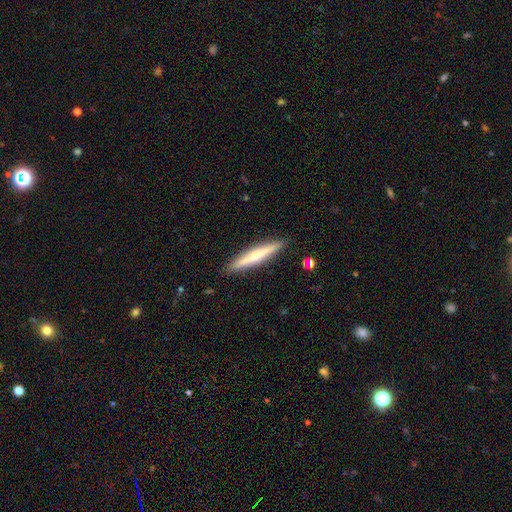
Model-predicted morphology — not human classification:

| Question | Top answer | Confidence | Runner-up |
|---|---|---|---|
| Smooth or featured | smooth | 58% | featured or disk (36%) |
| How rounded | cigar-shaped | 94% | in between (5%) |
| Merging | none | 91% | minor disturbance (7%) |